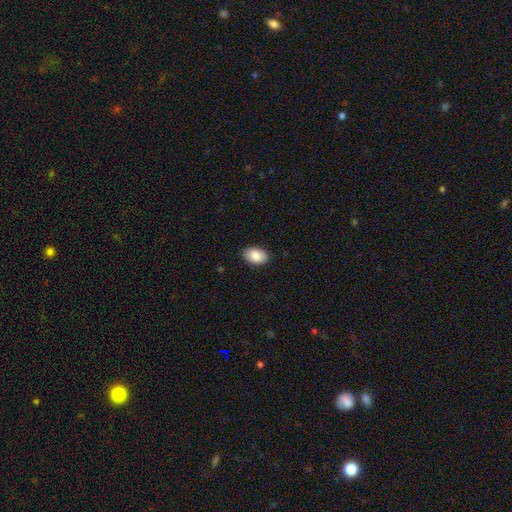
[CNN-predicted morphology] Smooth or featured?
  - smooth: 87% *
  - featured or disk: 7%
  - star or artifact: 7%
How rounded?
  - in between: 90% *
  - round: 9%
  - cigar-shaped: 1%
Merging?
  - none: 88% *
  - minor disturbance: 9%
  - major disturbance: 2%
  - merger: 1%